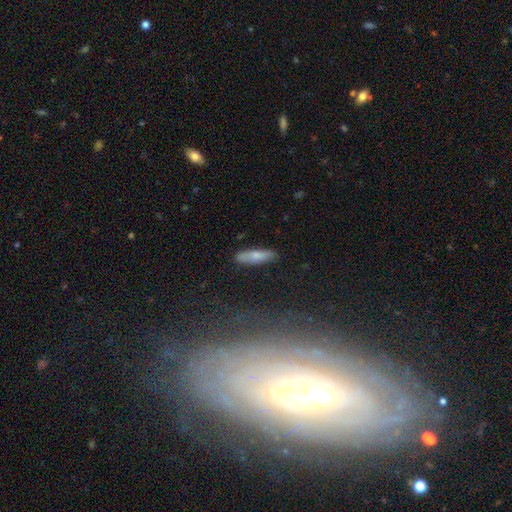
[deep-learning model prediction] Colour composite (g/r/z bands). It shows a smooth galaxy with no disk features (74%) that is cigar-shaped (66%). Merging: none (86%).